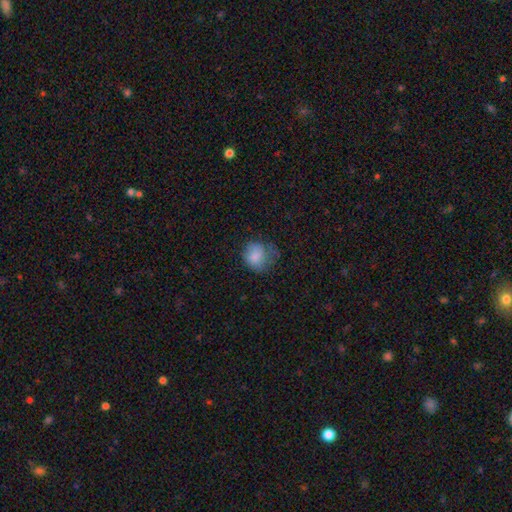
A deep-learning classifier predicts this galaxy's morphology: Smooth or featured? Predicted: smooth (p=0.80). How rounded? Predicted: round (p=0.73). Merging? Predicted: none (p=0.48).